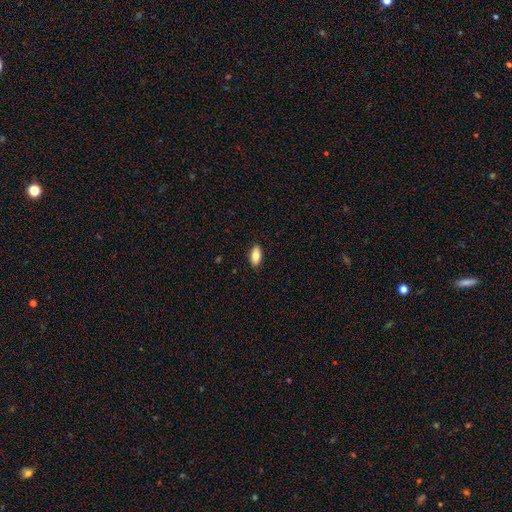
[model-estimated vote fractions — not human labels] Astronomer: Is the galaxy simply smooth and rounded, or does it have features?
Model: smooth — 84%.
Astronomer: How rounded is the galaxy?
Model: in between — 90%.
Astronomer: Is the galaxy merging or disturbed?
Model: none — 89%.